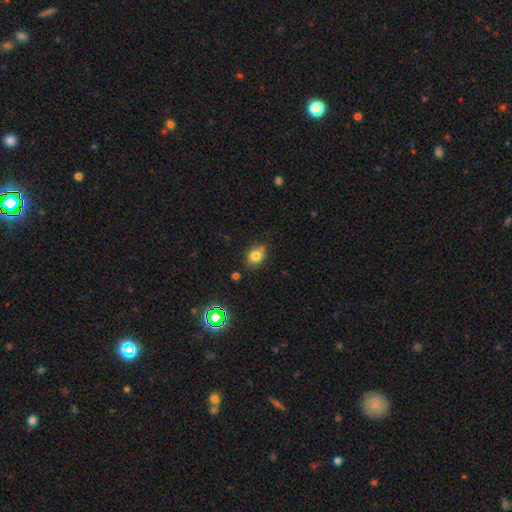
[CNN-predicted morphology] This is likely a smooth galaxy (78%). How rounded: possibly round (50%). Merging: likely none (73%).